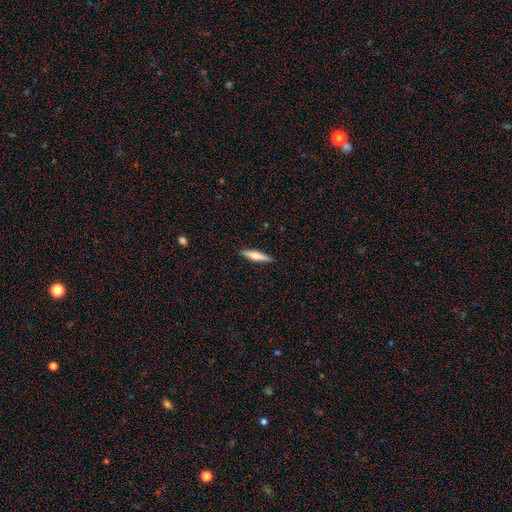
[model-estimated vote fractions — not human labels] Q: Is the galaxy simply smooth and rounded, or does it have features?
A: smooth — 60%.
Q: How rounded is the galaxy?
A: cigar-shaped — 86%.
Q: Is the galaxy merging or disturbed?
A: none — 90%.